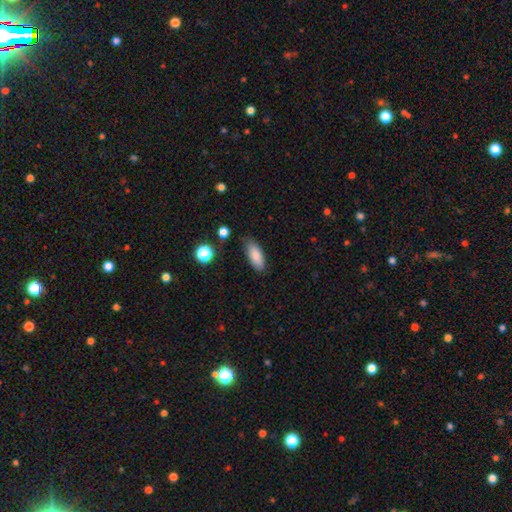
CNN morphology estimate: The model was most divided on "merging": none: 77%, minor disturbance: 17%, major disturbance: 4%, merger: 2%. More confident: smooth or featured — smooth (85%); how rounded — in between (81%).